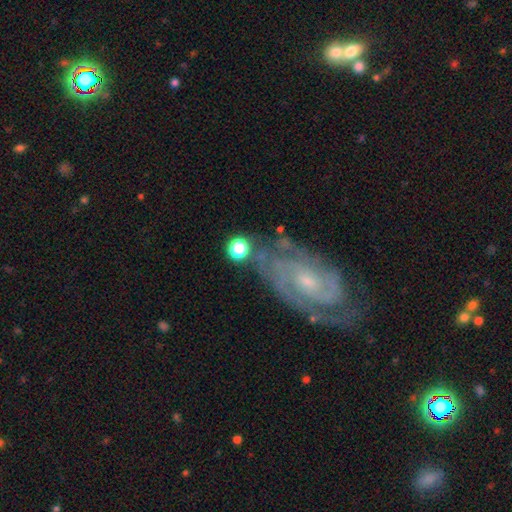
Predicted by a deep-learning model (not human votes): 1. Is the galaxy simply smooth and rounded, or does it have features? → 85% featured or disk, 9% star or artifact, 6% smooth.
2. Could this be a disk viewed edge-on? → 95% no, 5% yes.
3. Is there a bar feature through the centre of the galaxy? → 55% no, 35% weak, 10% strong.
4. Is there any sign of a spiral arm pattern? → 98% yes, 2% no.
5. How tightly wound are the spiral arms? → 70% tight, 26% medium, 5% loose.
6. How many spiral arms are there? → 54% 2, 16% can't tell, 15% 3, 6% 4, 4% more than 4, 4% 1.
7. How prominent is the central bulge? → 67% small, 28% moderate, 2% none, 1% large, 1% dominant.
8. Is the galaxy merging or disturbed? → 75% none, 16% minor disturbance, 5% major disturbance, 4% merger.